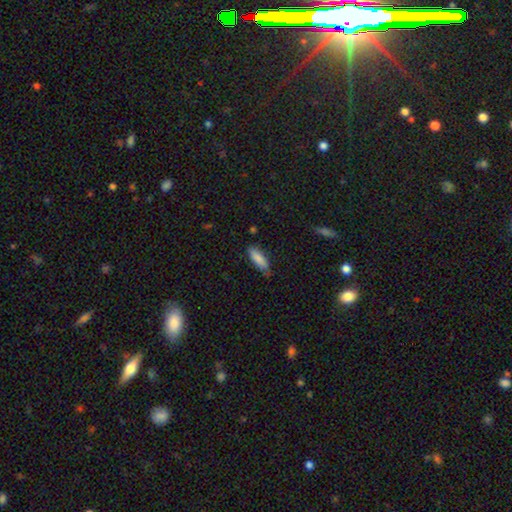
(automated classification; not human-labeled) This appears to be a smooth galaxy with no disk features (84%) that is in between round and cigar-shaped (55%). Merging: none (68%).